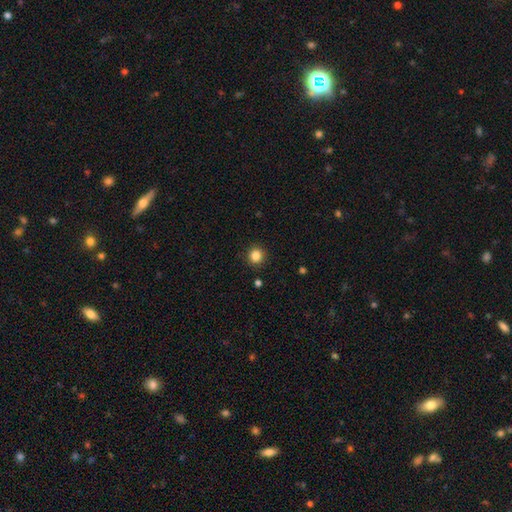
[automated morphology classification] Smooth or featured? smooth (84%)
How rounded? round (92%)
Merging? none (91%)